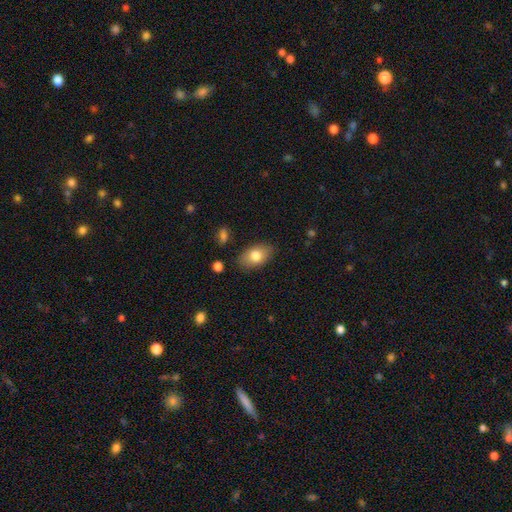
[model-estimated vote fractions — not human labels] Q: Smooth or featured?
A: smooth (78%); runner-up: featured or disk (14%)
Q: How rounded?
A: in between (90%); runner-up: round (8%)
Q: Merging?
A: none (84%); runner-up: minor disturbance (12%)